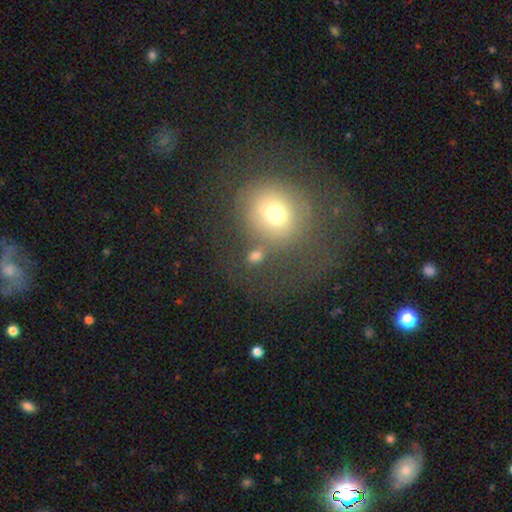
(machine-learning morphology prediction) Smooth or featured? smooth (64%)
How rounded? round (81%)
Merging? none (53%)